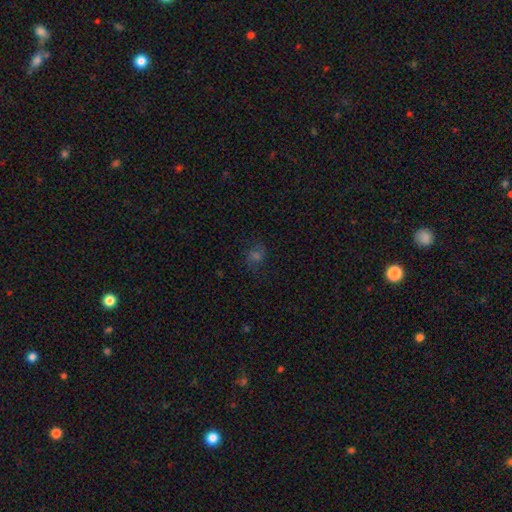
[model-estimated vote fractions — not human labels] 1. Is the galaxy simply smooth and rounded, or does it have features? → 36% smooth, 35% featured or disk, 29% star or artifact.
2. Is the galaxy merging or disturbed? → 73% none, 16% minor disturbance, 9% major disturbance, 2% merger.